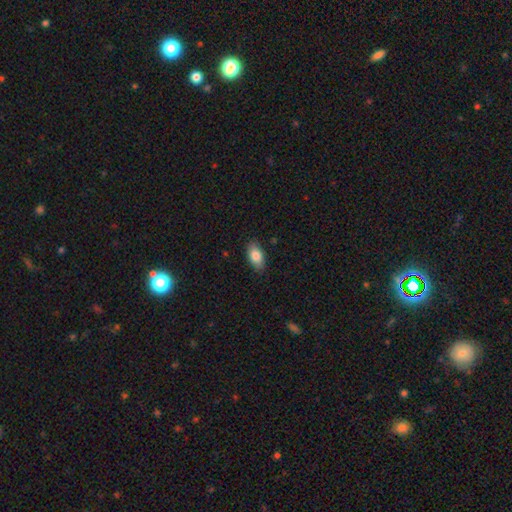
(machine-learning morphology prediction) Smooth or featured? smooth (84%)
How rounded? in between (92%)
Merging? none (87%)